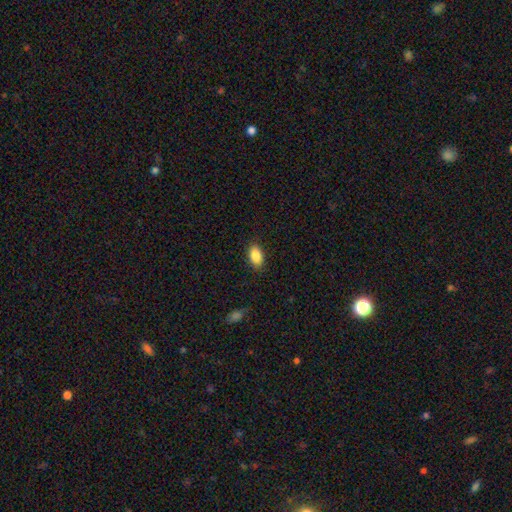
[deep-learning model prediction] Smooth or featured?
  - smooth: 87% *
  - star or artifact: 8%
  - featured or disk: 5%
How rounded?
  - in between: 91% *
  - round: 7%
  - cigar-shaped: 2%
Merging?
  - none: 87% *
  - minor disturbance: 10%
  - major disturbance: 2%
  - merger: 1%